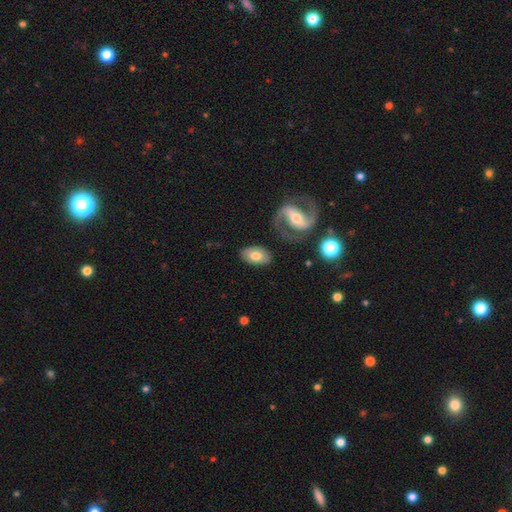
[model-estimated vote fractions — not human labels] A smooth galaxy with no disk features (59%) that is in between round and cigar-shaped (90%). Merging: none (80%).